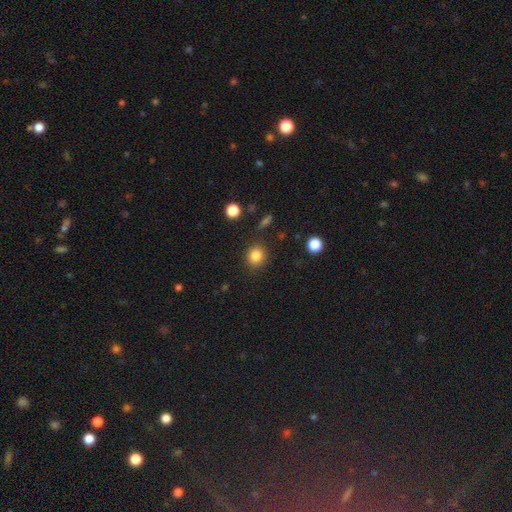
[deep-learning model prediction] Q: Smooth or featured?
A: smooth (85%); runner-up: star or artifact (10%)
Q: How rounded?
A: round (82%); runner-up: in between (17%)
Q: Merging?
A: none (87%); runner-up: minor disturbance (8%)